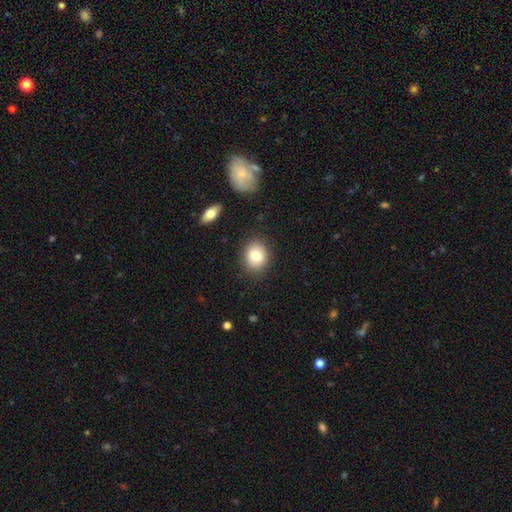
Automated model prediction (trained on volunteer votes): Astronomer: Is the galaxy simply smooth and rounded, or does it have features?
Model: smooth — 82%.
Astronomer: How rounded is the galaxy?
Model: round — 57% (runner-up: in between, 42%).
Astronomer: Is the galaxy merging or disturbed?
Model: none — 86%.